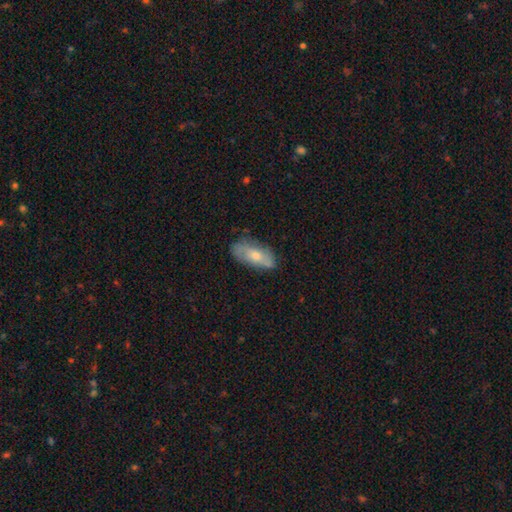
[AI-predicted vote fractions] smooth-or-featured: smooth: 55% | featured or disk: 38% | star or artifact: 7%
  how-rounded: in between: 83% | cigar-shaped: 14% | round: 3%
  merging: none: 68% | minor disturbance: 24% | major disturbance: 6% | merger: 2%